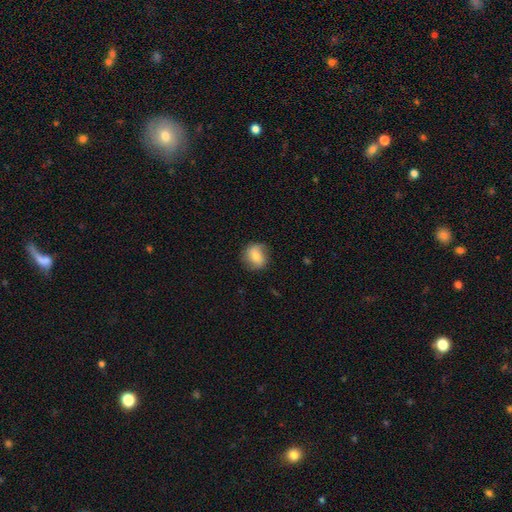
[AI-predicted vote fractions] smooth-or-featured: smooth: 70% | featured or disk: 22% | star or artifact: 8%
  how-rounded: round: 71% | in between: 28% | cigar-shaped: 1%
  merging: none: 79% | minor disturbance: 15% | major disturbance: 4% | merger: 1%